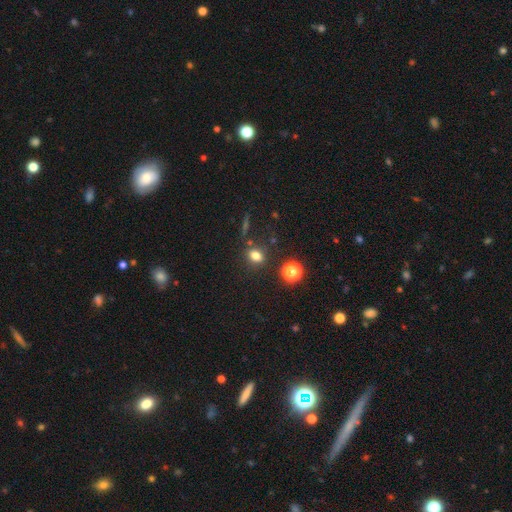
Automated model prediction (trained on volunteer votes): Smooth or featured?
  - smooth: 76% *
  - star or artifact: 16%
  - featured or disk: 8%
How rounded?
  - in between: 54% *
  - round: 43%
  - cigar-shaped: 3%
Merging?
  - none: 79% *
  - minor disturbance: 11%
  - merger: 6%
  - major disturbance: 4%